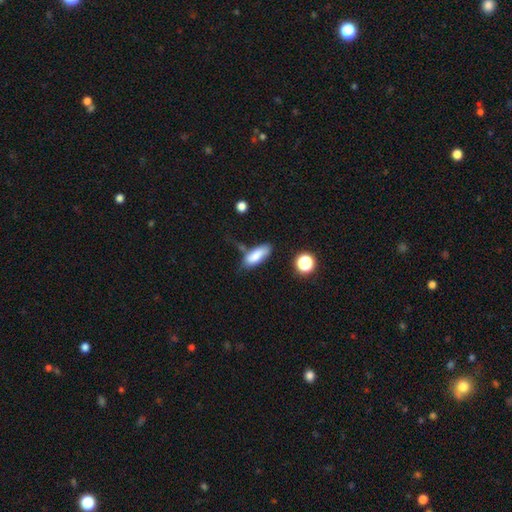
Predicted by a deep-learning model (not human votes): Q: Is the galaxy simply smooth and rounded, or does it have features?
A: smooth — 82%.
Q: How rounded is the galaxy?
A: in between — 72%.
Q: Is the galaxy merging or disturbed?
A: none — 60%.